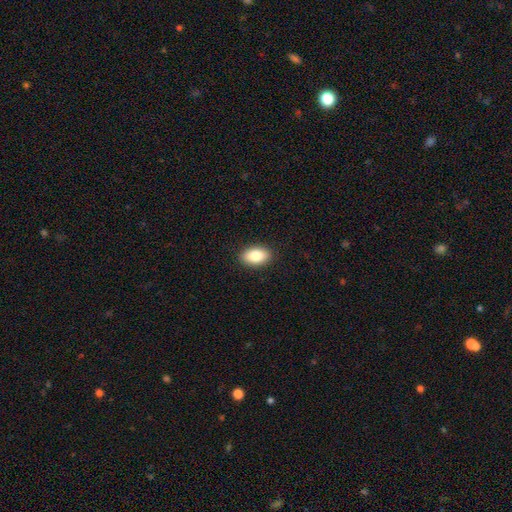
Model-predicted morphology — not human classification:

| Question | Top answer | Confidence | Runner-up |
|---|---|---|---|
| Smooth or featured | smooth | 83% | featured or disk (9%) |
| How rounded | in between | 91% | round (7%) |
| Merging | none | 90% | minor disturbance (7%) |